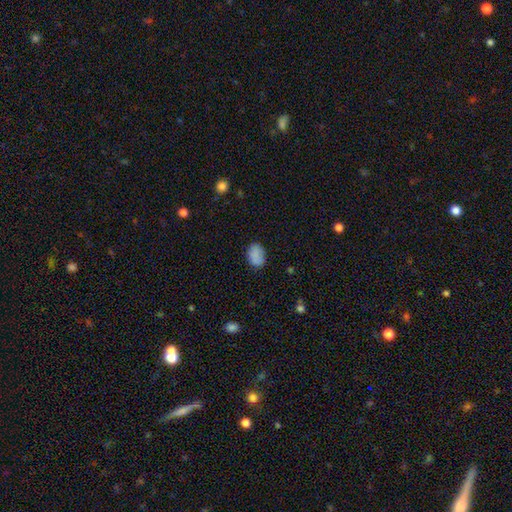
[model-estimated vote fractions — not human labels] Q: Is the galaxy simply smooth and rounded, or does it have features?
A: smooth — 86%.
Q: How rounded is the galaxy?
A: in between — 77%.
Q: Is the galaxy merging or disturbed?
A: none — 80%.